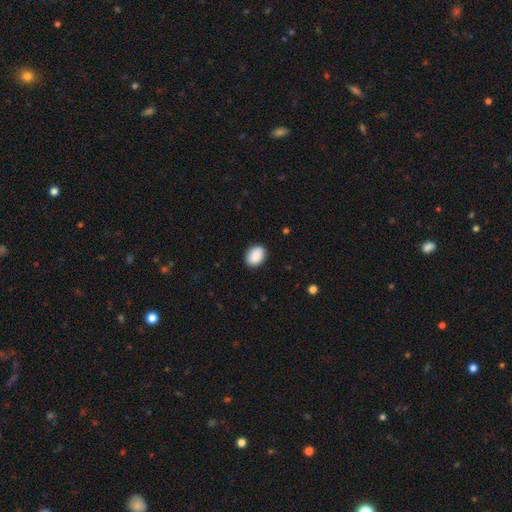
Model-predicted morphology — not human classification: This is clearly a smooth galaxy (89%). How rounded: likely in between (76%). Merging: clearly none (88%).